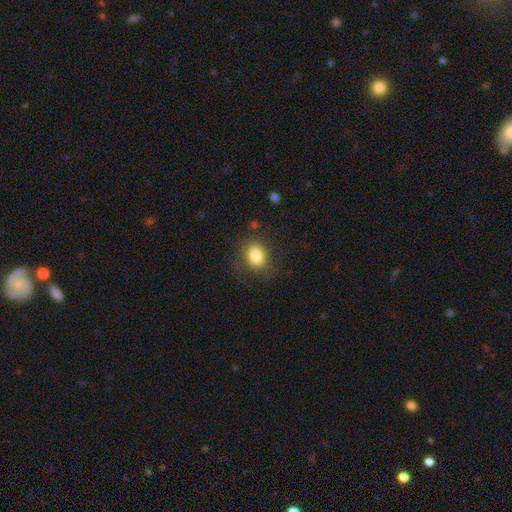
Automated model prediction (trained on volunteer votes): Smooth or featured: smooth — 84% (star or artifact — 10%)
How rounded: round — 54% (in between — 45%)
Merging: none — 79% (minor disturbance — 14%)